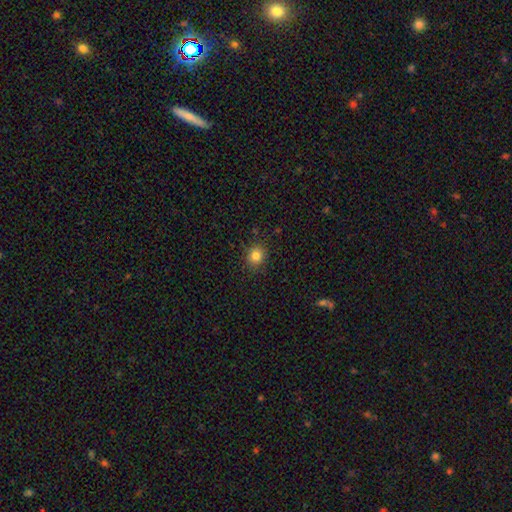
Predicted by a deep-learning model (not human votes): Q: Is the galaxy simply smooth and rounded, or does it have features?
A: smooth — 82%.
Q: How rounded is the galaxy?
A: round — 83%.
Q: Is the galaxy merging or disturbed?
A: none — 89%.